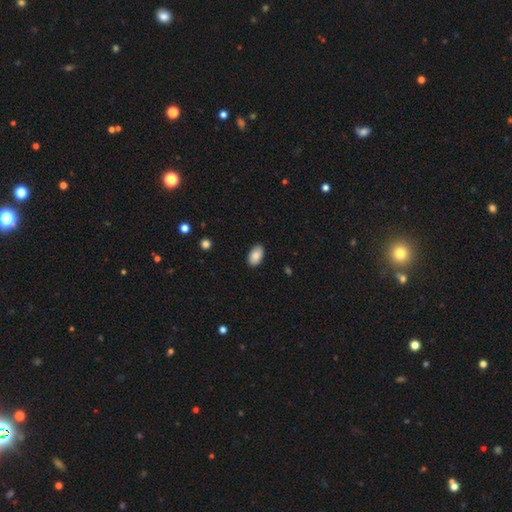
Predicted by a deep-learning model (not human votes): This appears to be a smooth galaxy with no disk features (86%) that is in between round and cigar-shaped (93%). Merging: none (87%).